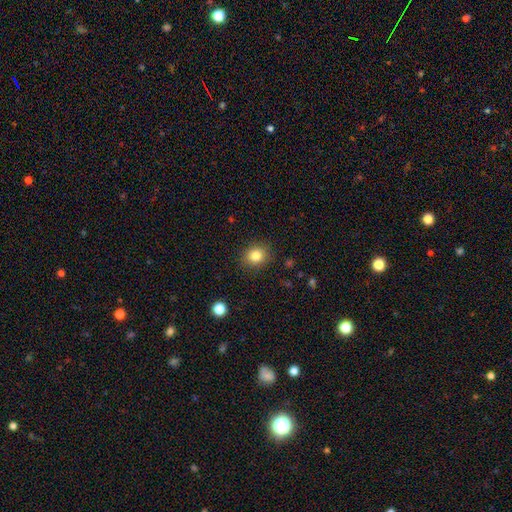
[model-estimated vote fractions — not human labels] A smooth galaxy with no disk features (83%) that is round (69%).

Vote fractions:
- Smooth or featured? smooth: 83% / star or artifact: 11% / featured or disk: 6%
- How rounded? round: 69% / in between: 30% / cigar-shaped: 1%
- Merging? none: 88% / minor disturbance: 9% / major disturbance: 3% / merger: 1%